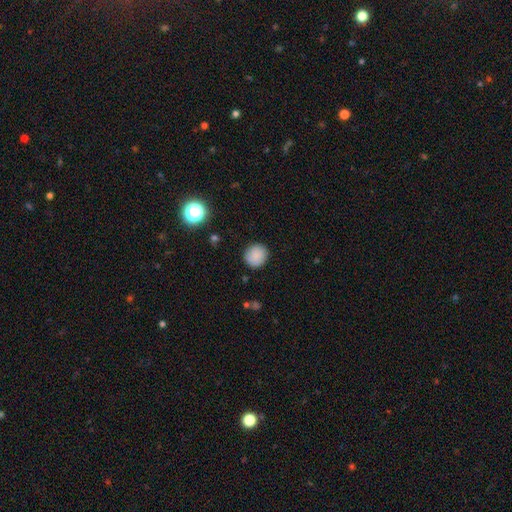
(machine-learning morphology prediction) This appears to be a smooth galaxy with no disk features (86%) that is round (89%). Merging: none (88%).